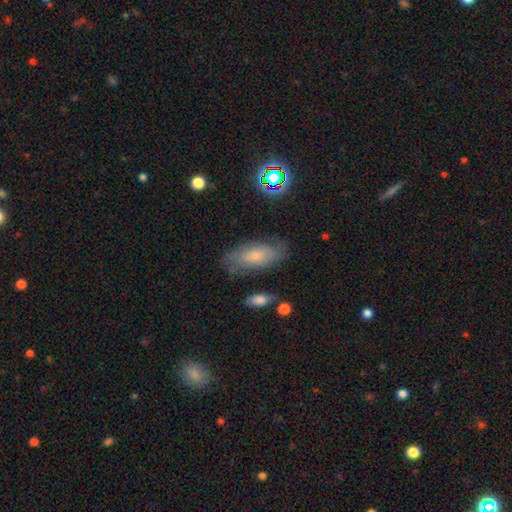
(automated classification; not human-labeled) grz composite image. It shows a smooth galaxy with no disk features (61%) that is in between round and cigar-shaped (84%). Merging: none (73%).